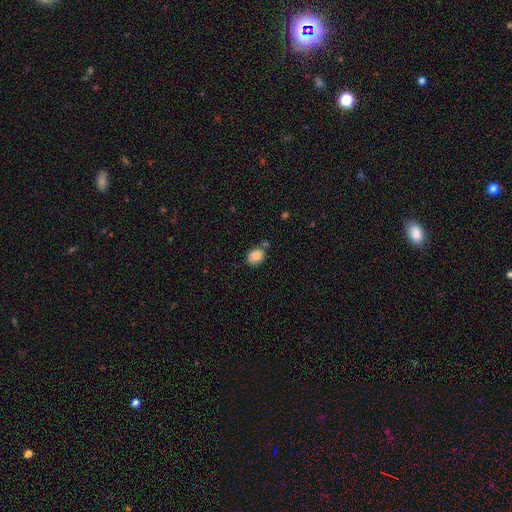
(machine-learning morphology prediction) Q: Smooth or featured?
A: smooth (85%); runner-up: star or artifact (8%)
Q: How rounded?
A: in between (59%); runner-up: round (40%)
Q: Merging?
A: none (69%); runner-up: minor disturbance (17%)